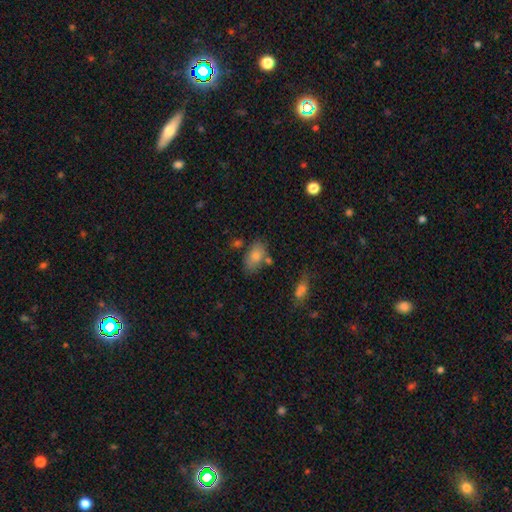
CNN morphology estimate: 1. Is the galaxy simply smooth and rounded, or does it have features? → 75% smooth, 15% featured or disk, 11% star or artifact.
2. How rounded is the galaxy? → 89% in between, 7% round, 4% cigar-shaped.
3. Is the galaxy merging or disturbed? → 70% none, 16% minor disturbance, 10% merger, 4% major disturbance.